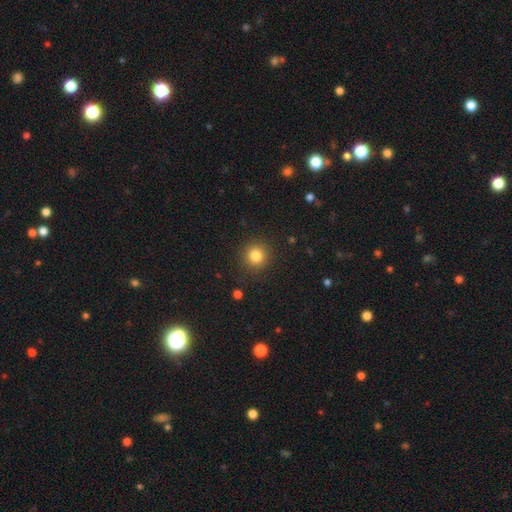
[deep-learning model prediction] A smooth galaxy with no disk features (82%) that is round (93%).

Vote fractions:
- Smooth or featured? smooth: 82% / star or artifact: 12% / featured or disk: 6%
- How rounded? round: 93% / in between: 6% / cigar-shaped: 1%
- Merging? none: 90% / minor disturbance: 6% / major disturbance: 3% / merger: 1%